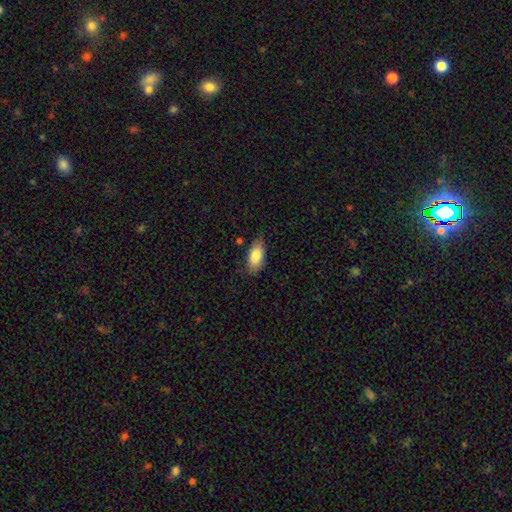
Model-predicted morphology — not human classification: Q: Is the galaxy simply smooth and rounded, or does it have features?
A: smooth — 83%.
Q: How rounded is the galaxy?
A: in between — 89%.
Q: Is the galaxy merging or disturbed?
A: none — 79%.